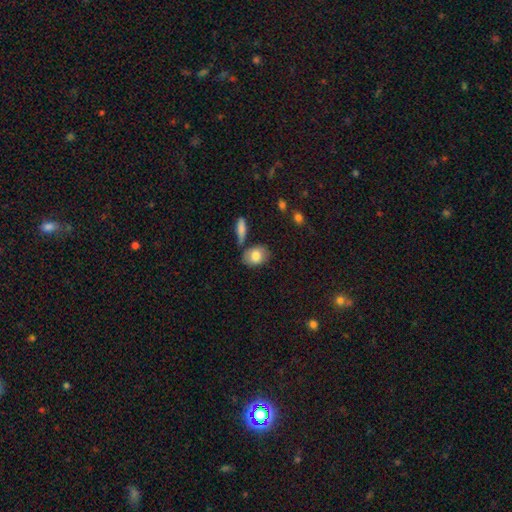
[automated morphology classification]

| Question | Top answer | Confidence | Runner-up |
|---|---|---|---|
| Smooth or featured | smooth | 79% | featured or disk (14%) |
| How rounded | in between | 70% | round (28%) |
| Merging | none | 69% | minor disturbance (16%) |